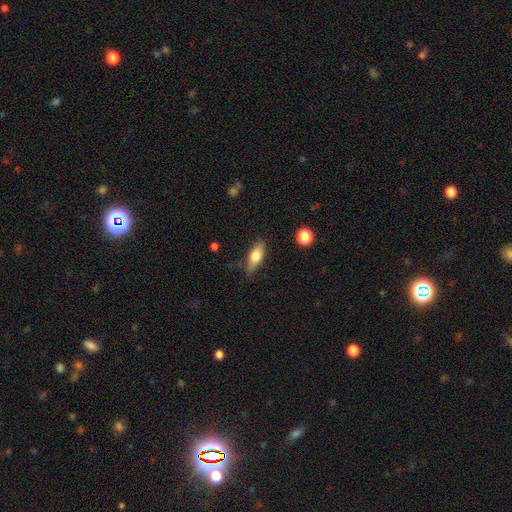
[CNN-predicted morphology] smooth_or_featured: smooth (p=0.73) [alt: featured or disk p=0.20]
how_rounded: in between (p=0.72) [alt: cigar-shaped p=0.24]
merging: none (p=0.78) [alt: minor disturbance p=0.17]